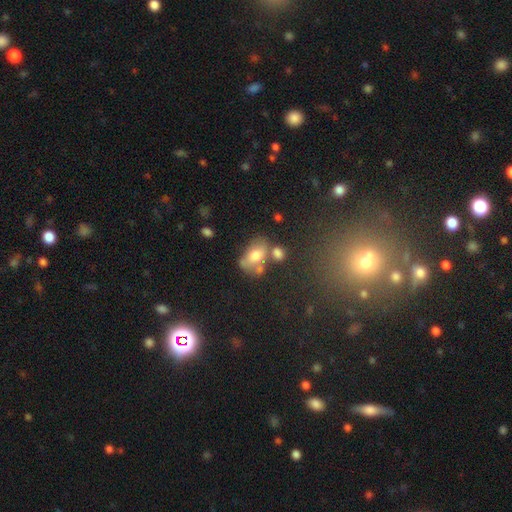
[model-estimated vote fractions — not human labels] A smooth galaxy with no disk features (64%) that is in between round and cigar-shaped (86%).

Vote fractions:
- Smooth or featured? smooth: 64% / featured or disk: 24% / star or artifact: 11%
- How rounded? in between: 86% / round: 12% / cigar-shaped: 2%
- Merging? none: 39% / merger: 30% / minor disturbance: 20% / major disturbance: 11%